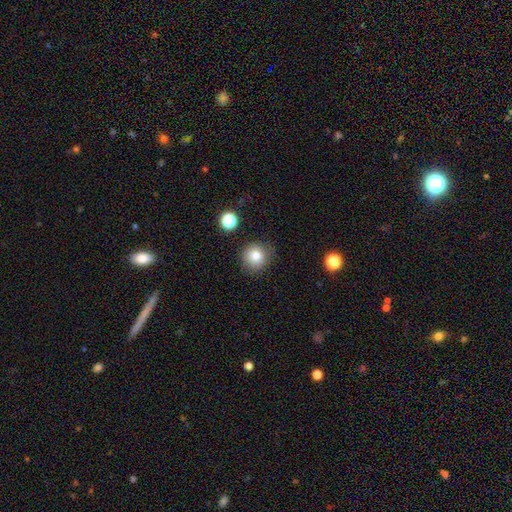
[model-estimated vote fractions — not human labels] Smooth or featured? Predicted: smooth (p=0.79). How rounded? Predicted: round (p=0.91). Merging? Predicted: none (p=0.82).